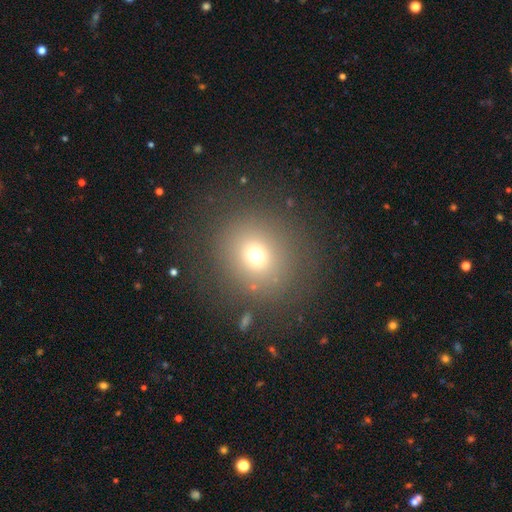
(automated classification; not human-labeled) A smooth galaxy with no disk features (68%) that is round (85%). Merging: none (82%).